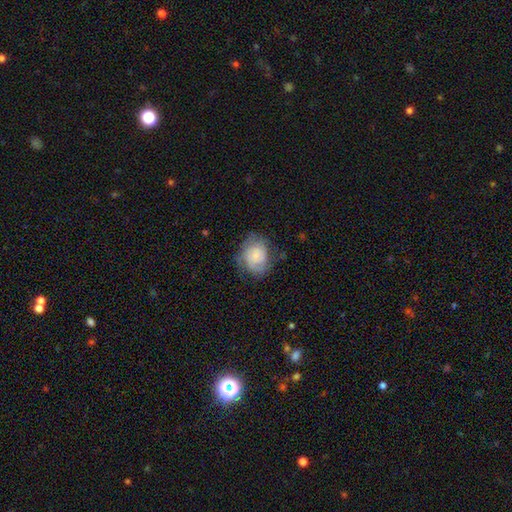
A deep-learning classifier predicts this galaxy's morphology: smooth-or-featured: smooth: 49% | featured or disk: 43% | star or artifact: 9%
  merging: none: 58% | minor disturbance: 27% | major disturbance: 13% | merger: 2%